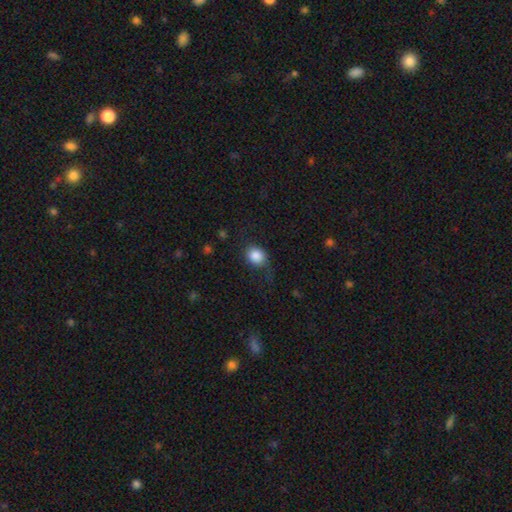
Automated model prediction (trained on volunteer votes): Q: Smooth or featured?
A: smooth (84%); runner-up: star or artifact (8%)
Q: How rounded?
A: round (63%); runner-up: in between (36%)
Q: Merging?
A: none (66%); runner-up: minor disturbance (20%)